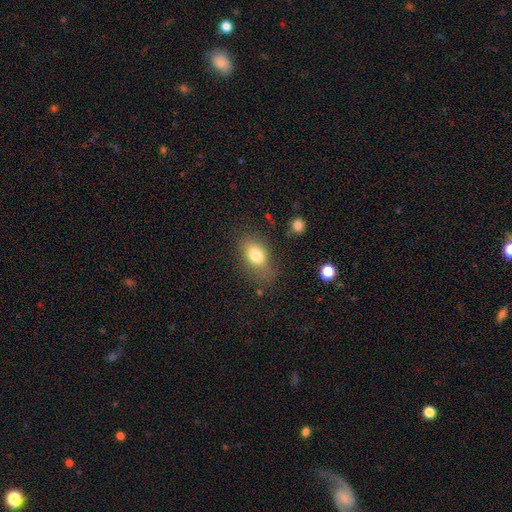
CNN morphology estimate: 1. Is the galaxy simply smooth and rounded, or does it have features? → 77% smooth, 13% featured or disk, 10% star or artifact.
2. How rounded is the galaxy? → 85% in between, 13% round, 2% cigar-shaped.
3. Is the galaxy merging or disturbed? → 67% none, 22% minor disturbance, 9% major disturbance, 3% merger.